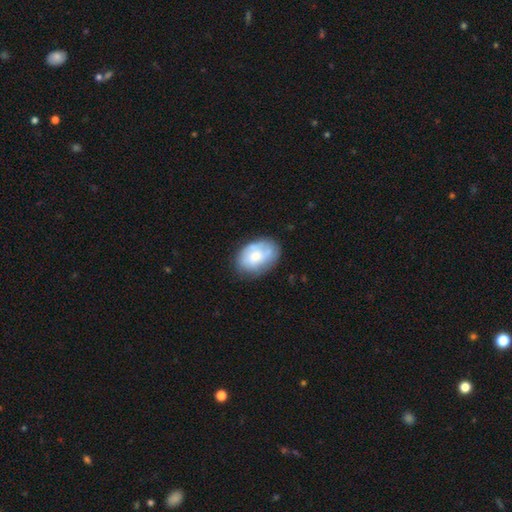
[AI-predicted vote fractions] smooth 57%, featured or disk 36%, star or artifact 7%. Down the decision tree: how rounded — in between (82%); merging — none (67%).